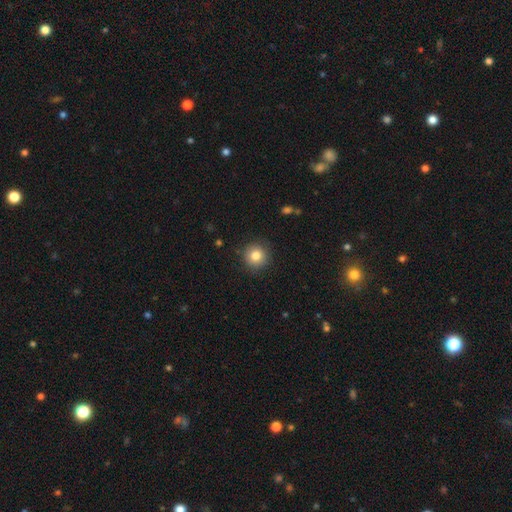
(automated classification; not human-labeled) Smooth or featured? smooth (82%)
How rounded? round (94%)
Merging? none (89%)